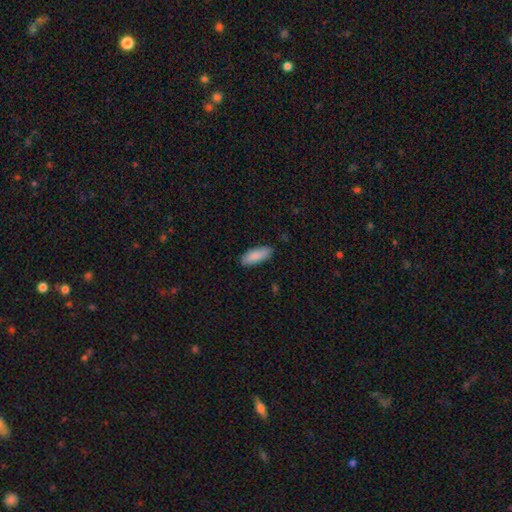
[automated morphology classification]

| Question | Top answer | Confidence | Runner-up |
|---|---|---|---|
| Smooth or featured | smooth | 88% | featured or disk (6%) |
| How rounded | in between | 70% | cigar-shaped (28%) |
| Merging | none | 86% | minor disturbance (11%) |